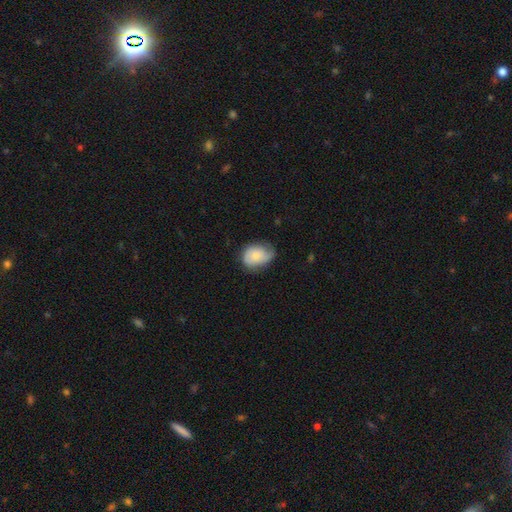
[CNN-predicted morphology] type=smooth (61%); roundness=in between (59%); merging=none (48%).